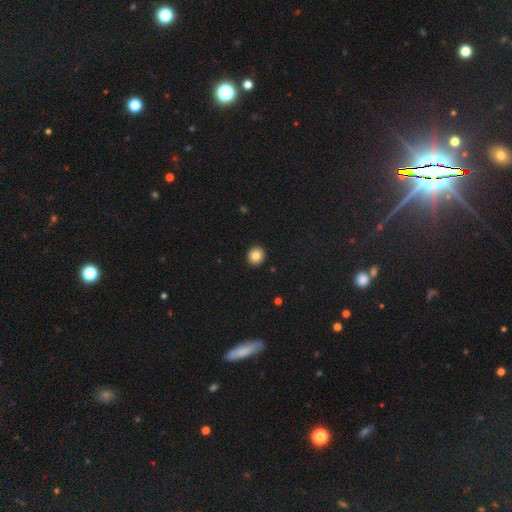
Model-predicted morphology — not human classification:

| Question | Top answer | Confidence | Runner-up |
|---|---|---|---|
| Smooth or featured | smooth | 84% | star or artifact (10%) |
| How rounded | round | 90% | in between (9%) |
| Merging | none | 93% | minor disturbance (5%) |